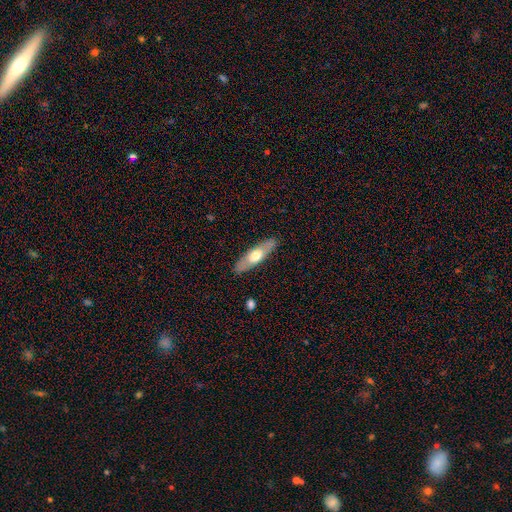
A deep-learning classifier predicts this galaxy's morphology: Smooth or featured?
  - smooth: 53% *
  - featured or disk: 42%
  - star or artifact: 5%
How rounded?
  - cigar-shaped: 58% *
  - in between: 40%
  - round: 2%
Merging?
  - none: 87% *
  - minor disturbance: 10%
  - major disturbance: 2%
  - merger: 1%